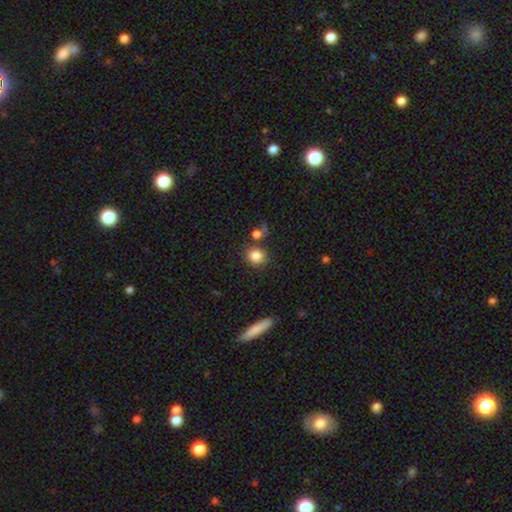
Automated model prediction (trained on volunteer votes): Smooth or featured? Predicted: smooth (p=0.84). How rounded? Predicted: round (p=0.84). Merging? Predicted: none (p=0.76).